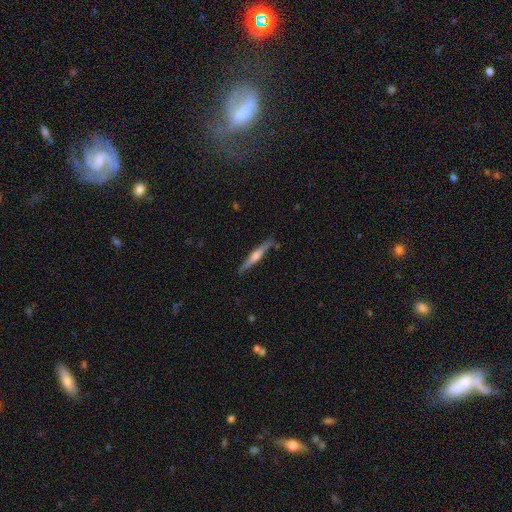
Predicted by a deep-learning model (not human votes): smooth-or-featured: featured or disk: 63% | smooth: 31% | star or artifact: 6%
  disk-edge-on: yes: 97% | no: 3%
    edge-on-bulge: rounded: 74% | boxy: 14% | none: 11%
  merging: none: 86% | minor disturbance: 10% | merger: 2% | major disturbance: 2%